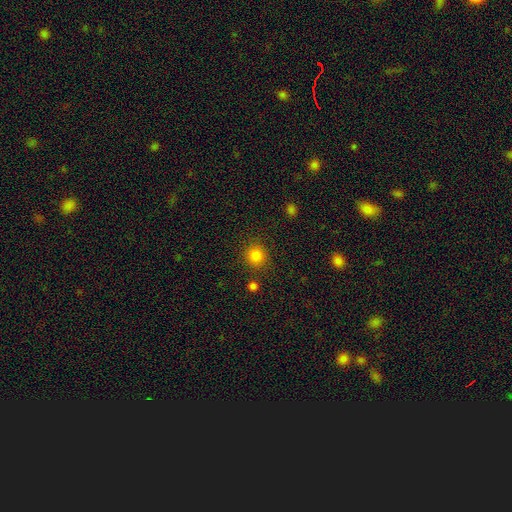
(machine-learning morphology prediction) smooth-or-featured: smooth: 84% | star or artifact: 12% | featured or disk: 4%
  how-rounded: round: 91% | in between: 8% | cigar-shaped: 1%
  merging: none: 86% | minor disturbance: 8% | merger: 4% | major disturbance: 3%